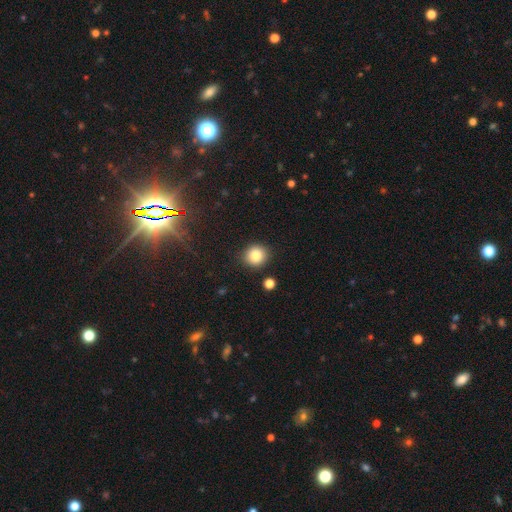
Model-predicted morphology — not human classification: Smooth or featured? Predicted: smooth (p=0.84). How rounded? Predicted: round (p=0.87). Merging? Predicted: none (p=0.89).